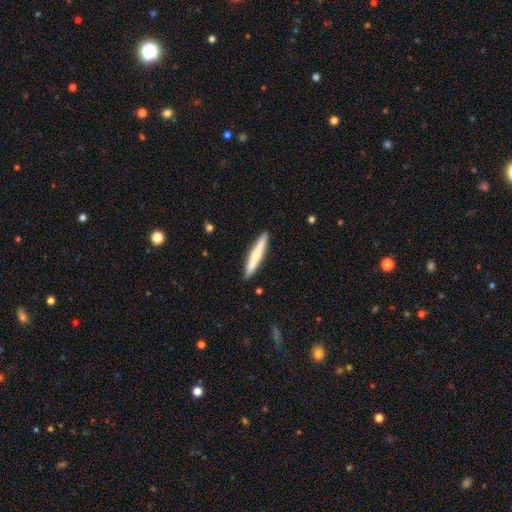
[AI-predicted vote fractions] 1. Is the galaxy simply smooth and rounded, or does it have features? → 64% smooth, 30% featured or disk, 5% star or artifact.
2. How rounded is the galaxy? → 94% cigar-shaped, 4% in between, 1% round.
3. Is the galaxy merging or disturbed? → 91% none, 7% minor disturbance, 1% major disturbance, 1% merger.